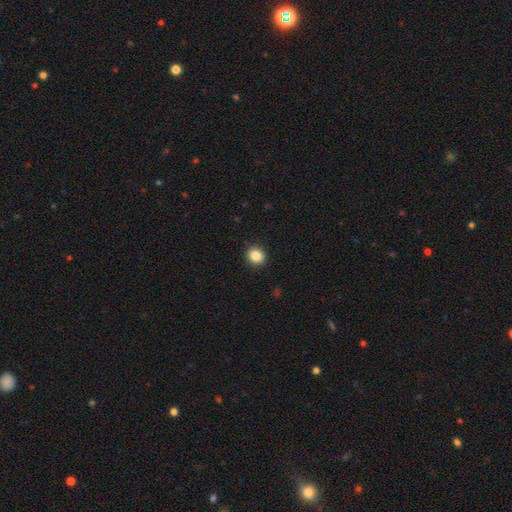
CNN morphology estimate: smooth 86%, star or artifact 10%, featured or disk 4%. Down the decision tree: how rounded — round (72%); merging — none (91%).